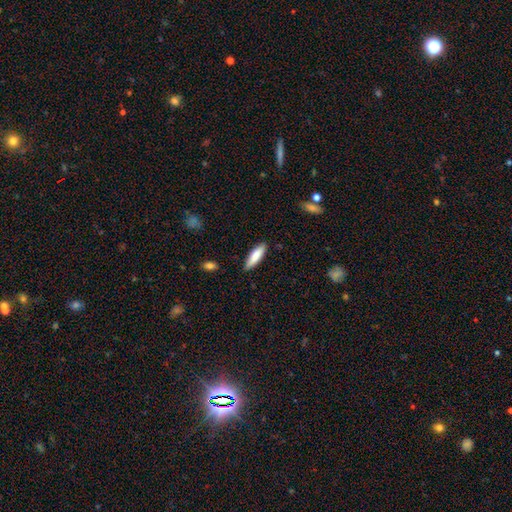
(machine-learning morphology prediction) The model was most divided on "how rounded": cigar-shaped: 61%, in between: 37%, round: 1%. More confident: merging — none (87%); smooth or featured — smooth (82%).